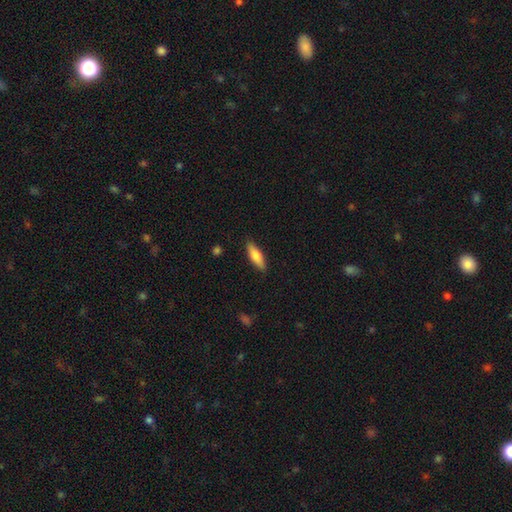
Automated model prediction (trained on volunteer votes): This is likely a smooth galaxy (75%). How rounded: possibly in between (49%, tied with cigar-shaped). Merging: clearly none (87%).